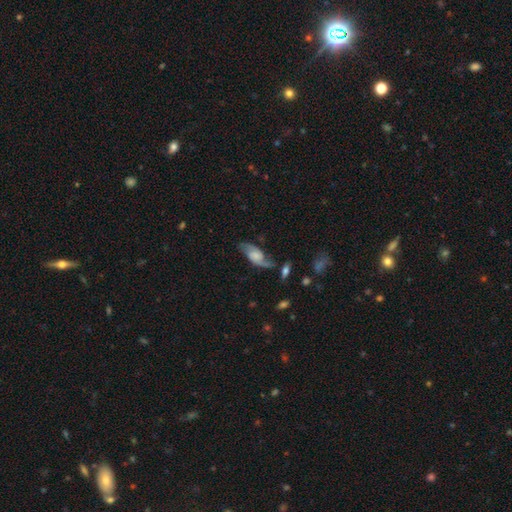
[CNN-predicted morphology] Smooth or featured: featured or disk — 72% (smooth — 21%)
Edge-on disk: no — 93% (yes — 7%)
Bar: no — 58% (weak — 34%)
Spiral arms: yes — 93% (no — 7%)
Spiral winding: loose — 48% (medium — 39%)
Spiral arm count: 2 — 88% (can't tell — 5%)
Bulge size: small — 33% (none — 26%)
Merging: none — 63% (minor disturbance — 21%)